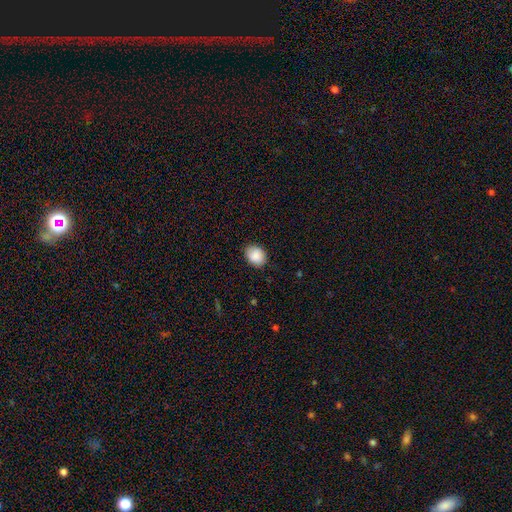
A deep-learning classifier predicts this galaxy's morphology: Smooth or featured: smooth — 89% (star or artifact — 7%)
How rounded: in between — 56% (round — 43%)
Merging: none — 85% (minor disturbance — 12%)